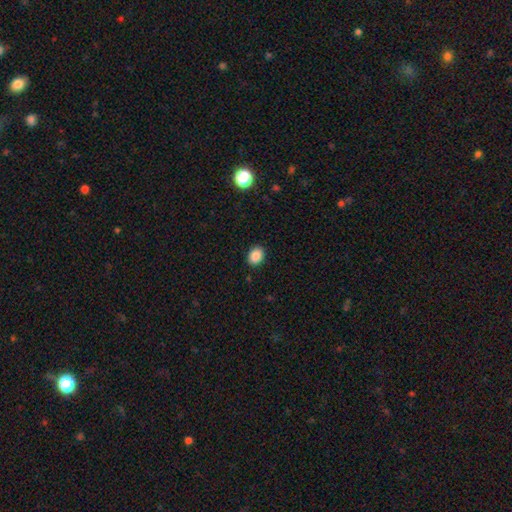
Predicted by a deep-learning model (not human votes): Overall: smooth (88%). How rounded: in between (65%; round 34%). Merging: none (90%).